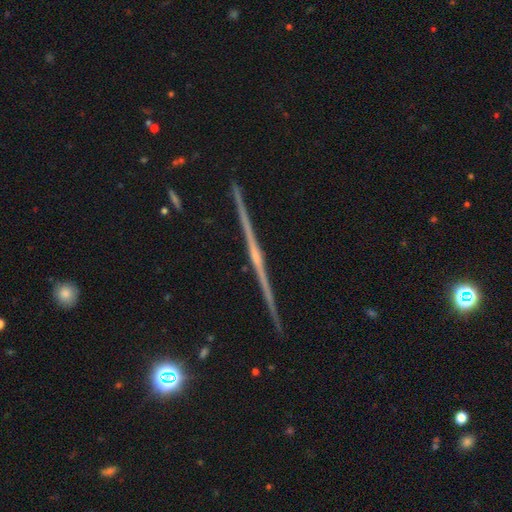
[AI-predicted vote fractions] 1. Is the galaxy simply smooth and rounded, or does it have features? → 86% featured or disk, 7% smooth, 7% star or artifact.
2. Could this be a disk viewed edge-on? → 99% yes, 1% no.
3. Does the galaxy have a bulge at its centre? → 52% rounded, 37% none, 11% boxy.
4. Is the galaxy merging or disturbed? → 93% none, 5% minor disturbance, 1% major disturbance, 1% merger.